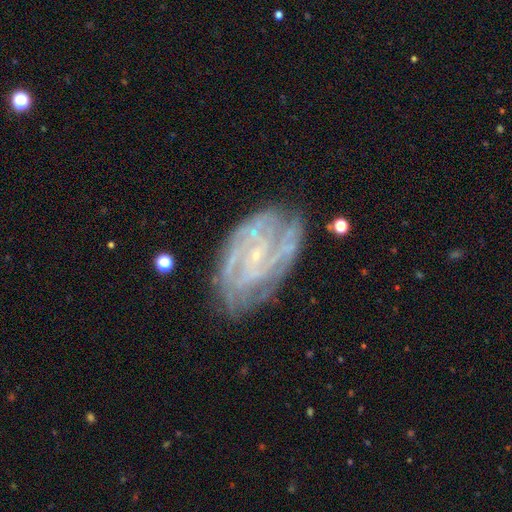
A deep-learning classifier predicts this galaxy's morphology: Q: Smooth or featured?
A: featured or disk (84%); runner-up: smooth (9%)
Q: Edge-on disk?
A: no (96%); runner-up: yes (4%)
Q: Bar?
A: no (55%); runner-up: weak (34%)
Q: Spiral arms?
A: yes (92%); runner-up: no (8%)
Q: Spiral winding?
A: tight (61%); runner-up: medium (31%)
Q: Spiral arm count?
A: can't tell (35%); runner-up: 2 (18%)
Q: Bulge size?
A: small (85%); runner-up: moderate (8%)
Q: Merging?
A: none (73%); runner-up: minor disturbance (18%)